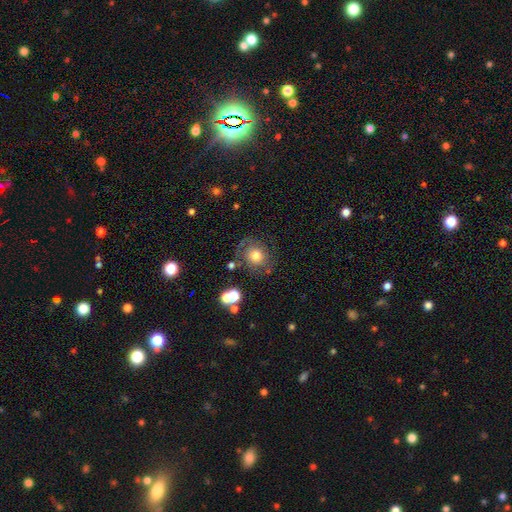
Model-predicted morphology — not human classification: A smooth galaxy with no disk features (46%).

Vote fractions:
- Smooth or featured? smooth: 46% / featured or disk: 41% / star or artifact: 13%
- Merging? none: 65% / minor disturbance: 18% / major disturbance: 12% / merger: 5%